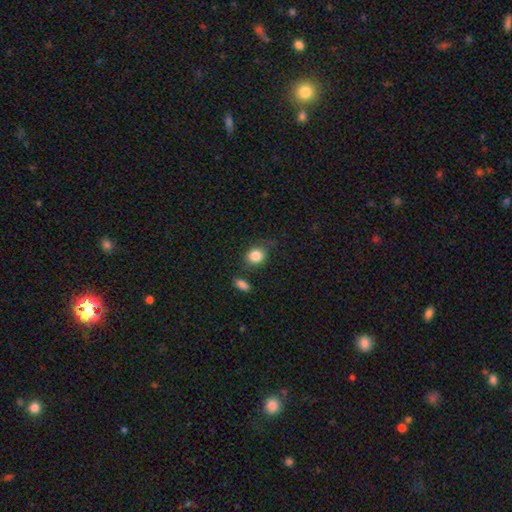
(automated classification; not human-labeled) Smooth or featured? smooth (85%)
How rounded? round (69%)
Merging? none (72%)